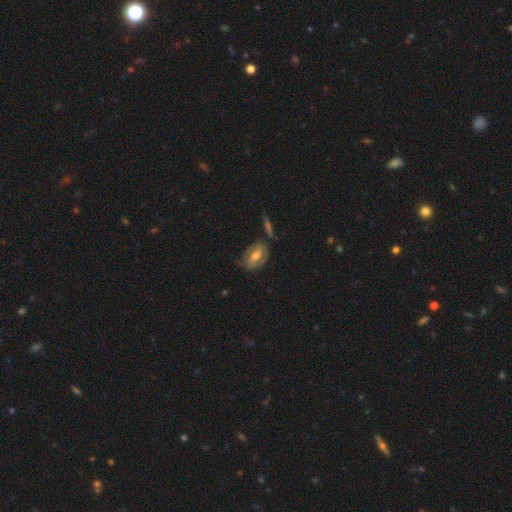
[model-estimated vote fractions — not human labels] Q: Smooth or featured?
A: featured or disk (52%); runner-up: smooth (41%)
Q: Edge-on disk?
A: no (89%); runner-up: yes (11%)
Q: Merging?
A: none (56%); runner-up: minor disturbance (25%)